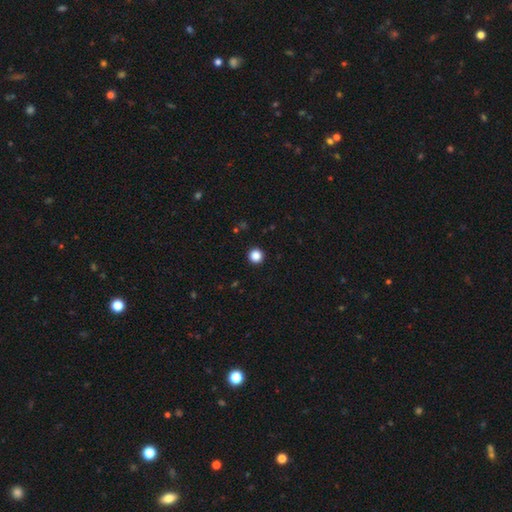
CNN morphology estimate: smooth-or-featured: smooth: 86% | star or artifact: 11% | featured or disk: 2%
  how-rounded: round: 96% | in between: 3% | cigar-shaped: 1%
  merging: none: 94% | minor disturbance: 4% | major disturbance: 2% | merger: 1%